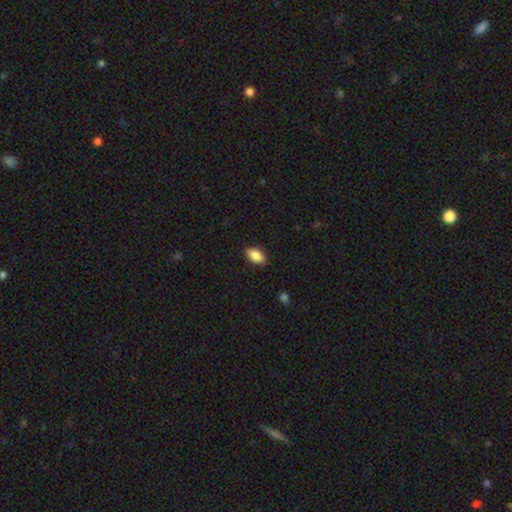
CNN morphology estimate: Overall: smooth (84%). How rounded: in between (90%). Merging: none (88%).